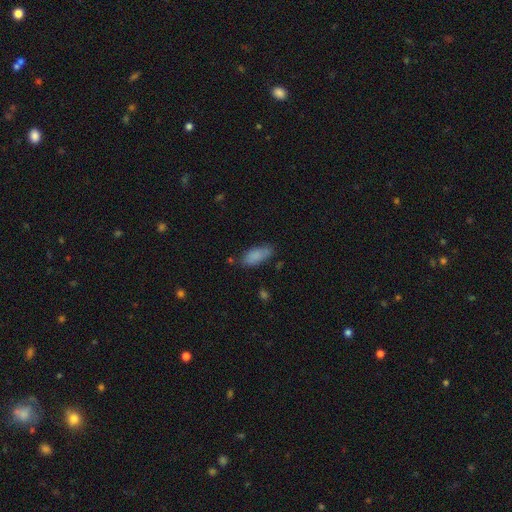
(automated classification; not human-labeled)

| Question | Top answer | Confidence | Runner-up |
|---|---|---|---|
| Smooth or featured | smooth | 85% | featured or disk (8%) |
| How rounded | in between | 84% | cigar-shaped (14%) |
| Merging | none | 70% | minor disturbance (21%) |